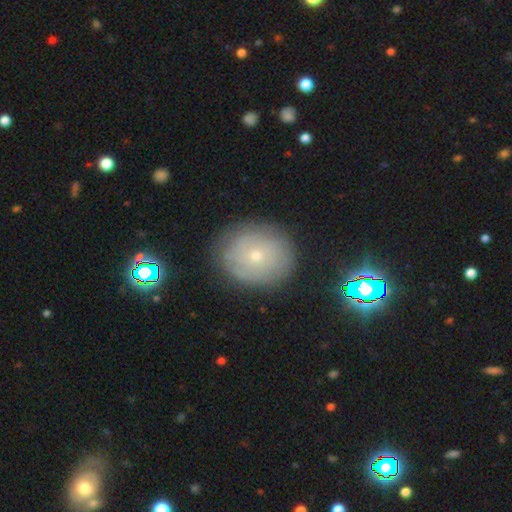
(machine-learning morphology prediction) smooth_or_featured: smooth (p=0.47) [alt: featured or disk p=0.40]
merging: none (p=0.81) [alt: minor disturbance p=0.13]